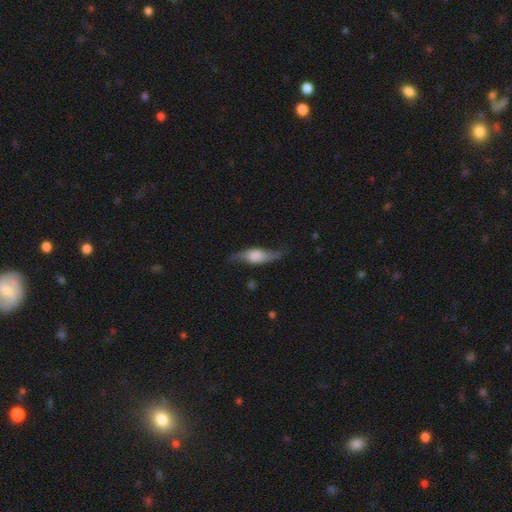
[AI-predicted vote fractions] smooth_or_featured: featured or disk (p=0.63) [alt: smooth p=0.30]
disk_edge_on: no (p=0.55) [alt: yes p=0.45]
merging: none (p=0.69) [alt: minor disturbance p=0.21]